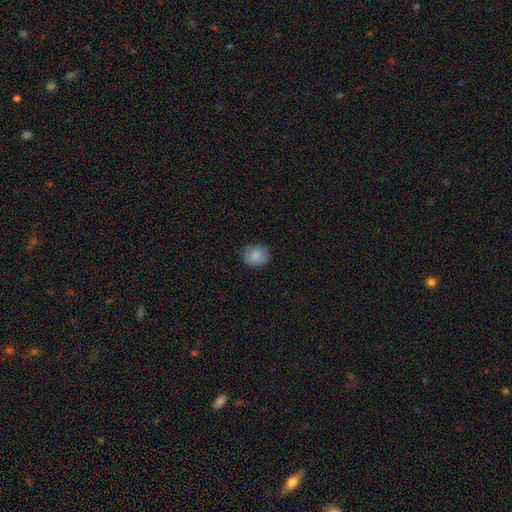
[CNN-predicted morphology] Overall: smooth (85%). How rounded: round (76%). Merging: none (81%).